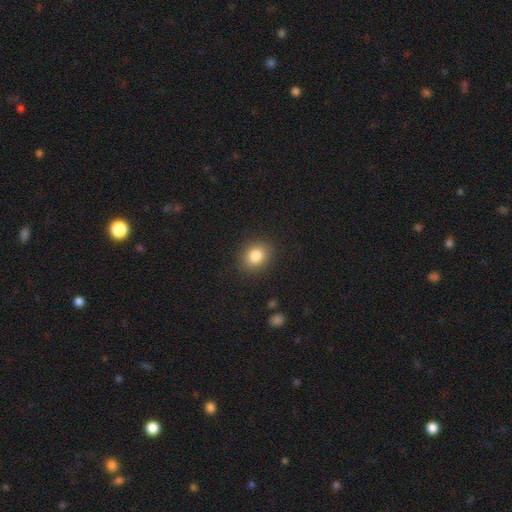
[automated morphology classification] A smooth galaxy with no disk features (83%) that is round (58%).

Vote fractions:
- Smooth or featured? smooth: 83% / star or artifact: 10% / featured or disk: 7%
- How rounded? round: 58% / in between: 41% / cigar-shaped: 1%
- Merging? none: 89% / minor disturbance: 8% / major disturbance: 2% / merger: 1%